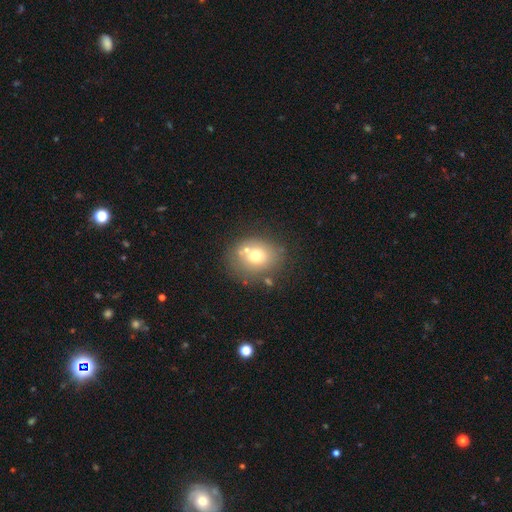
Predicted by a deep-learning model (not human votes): Smooth or featured? Predicted: smooth (p=0.66). How rounded? Predicted: round (p=0.64). Merging? Predicted: none (p=0.63).